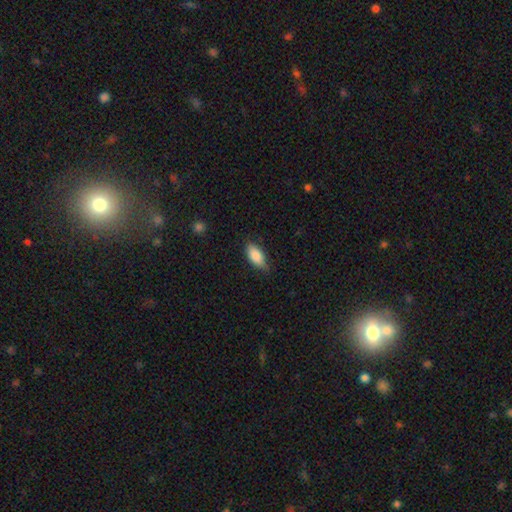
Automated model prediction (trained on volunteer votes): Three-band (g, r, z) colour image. It shows a smooth galaxy with no disk features (87%) that is in between round and cigar-shaped (90%). Merging: none (75%).